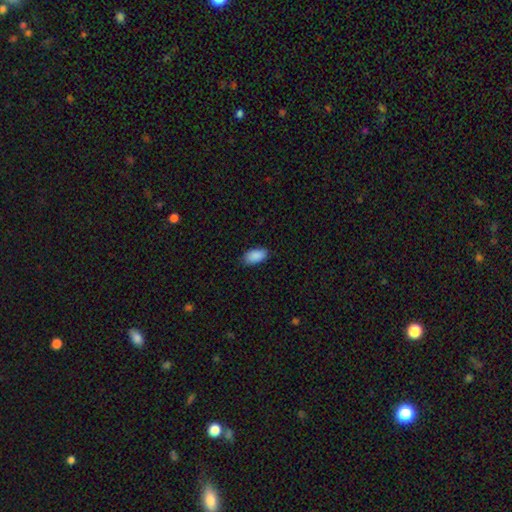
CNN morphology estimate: This appears to be a smooth galaxy with no disk features (90%) that is in between round and cigar-shaped (94%). Merging: none (83%).